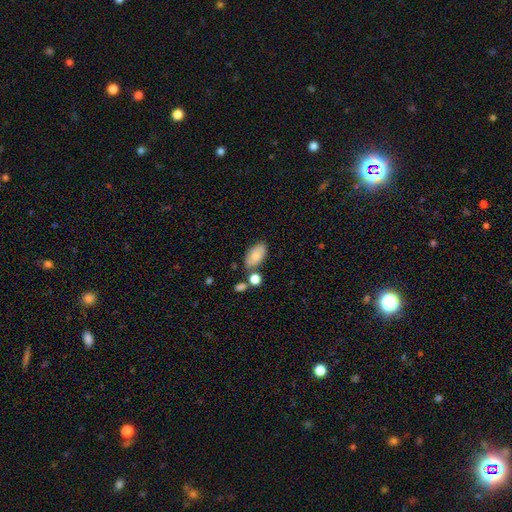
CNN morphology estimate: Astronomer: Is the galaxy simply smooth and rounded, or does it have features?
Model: smooth — 77%.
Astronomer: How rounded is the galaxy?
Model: in between — 93%.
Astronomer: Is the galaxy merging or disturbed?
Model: none — 68%.